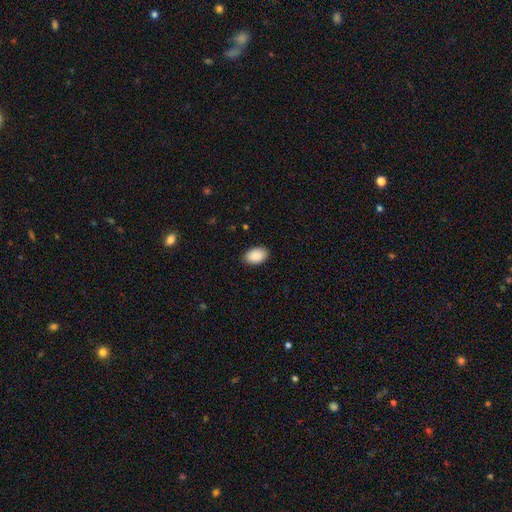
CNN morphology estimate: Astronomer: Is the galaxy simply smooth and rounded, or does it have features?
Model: smooth — 90%.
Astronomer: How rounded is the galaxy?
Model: in between — 90%.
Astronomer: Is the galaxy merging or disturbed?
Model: none — 89%.